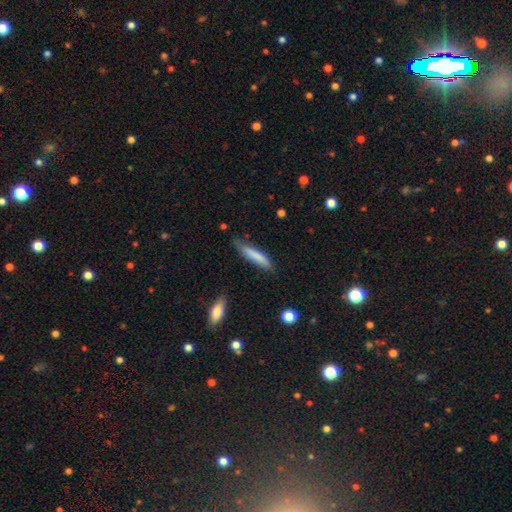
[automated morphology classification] This appears to be a smooth galaxy with no disk features (79%) that is cigar-shaped (85%). Merging: none (73%).